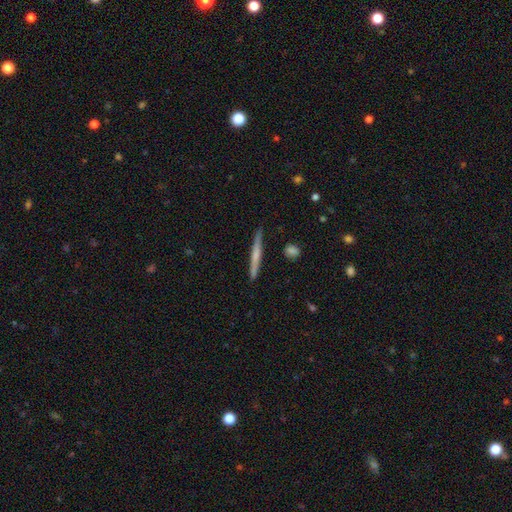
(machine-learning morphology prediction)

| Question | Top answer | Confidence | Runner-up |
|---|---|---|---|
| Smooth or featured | featured or disk | 52% | smooth (42%) |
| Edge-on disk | yes | 97% | no (3%) |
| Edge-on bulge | none | 52% | rounded (38%) |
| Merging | none | 88% | minor disturbance (9%) |